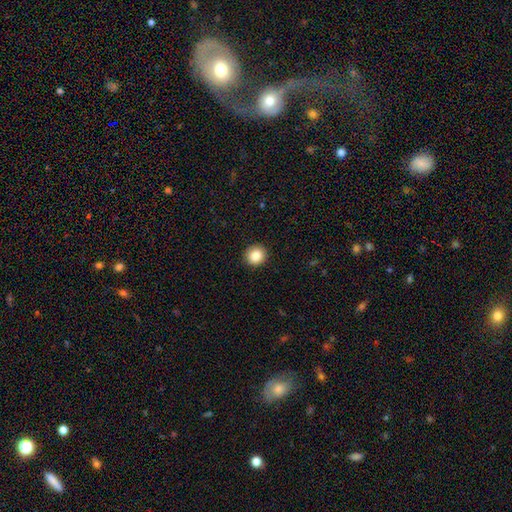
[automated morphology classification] A smooth galaxy with no disk features (86%) that is round (88%). Merging: none (92%).